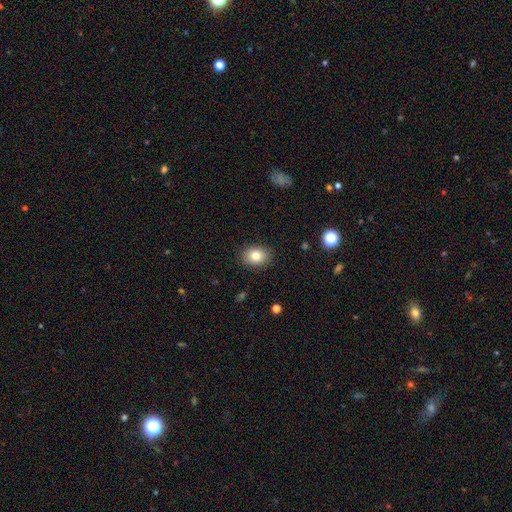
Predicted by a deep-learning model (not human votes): Smooth or featured?
  - smooth: 81% *
  - star or artifact: 10%
  - featured or disk: 9%
How rounded?
  - in between: 59% *
  - round: 40%
  - cigar-shaped: 1%
Merging?
  - none: 88% *
  - minor disturbance: 8%
  - major disturbance: 2%
  - merger: 1%